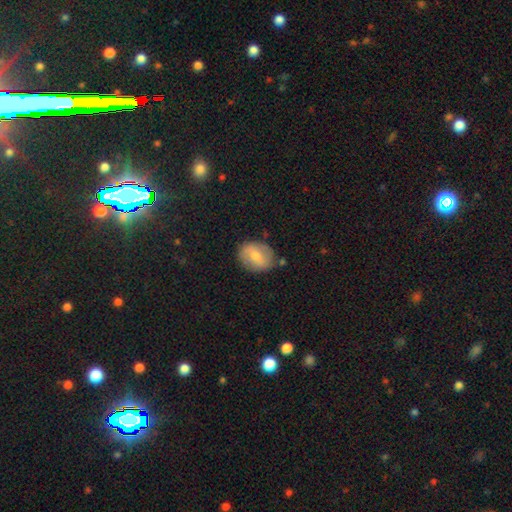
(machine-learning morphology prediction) Q: Smooth or featured?
A: smooth (63%); runner-up: featured or disk (31%)
Q: How rounded?
A: in between (57%); runner-up: round (42%)
Q: Merging?
A: none (75%); runner-up: minor disturbance (17%)